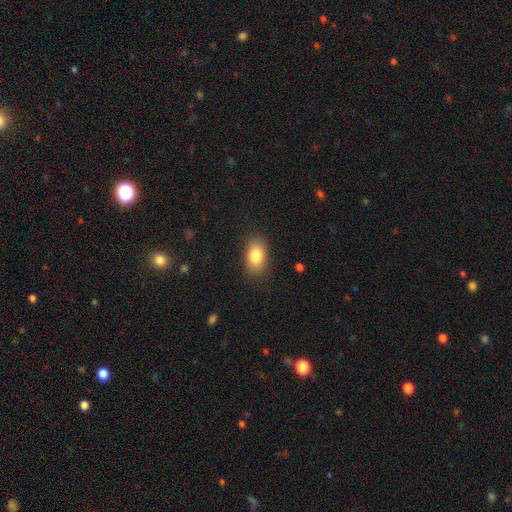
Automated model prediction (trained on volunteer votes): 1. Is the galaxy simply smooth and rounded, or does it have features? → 82% smooth, 10% featured or disk, 8% star or artifact.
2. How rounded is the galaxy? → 87% in between, 11% round, 2% cigar-shaped.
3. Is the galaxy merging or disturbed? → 85% none, 11% minor disturbance, 3% major disturbance, 1% merger.